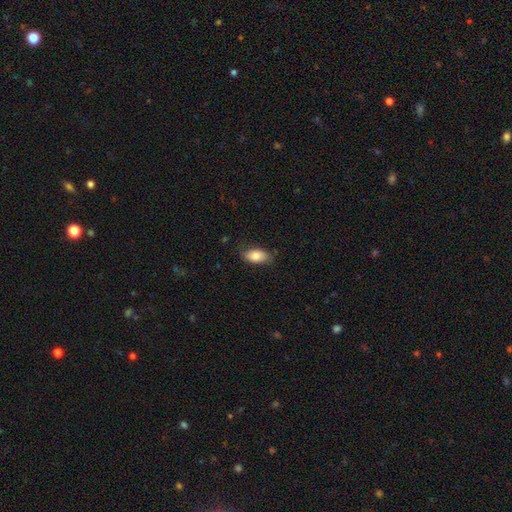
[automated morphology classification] A smooth galaxy with no disk features (80%) that is in between round and cigar-shaped (92%).

Vote fractions:
- Smooth or featured? smooth: 80% / featured or disk: 13% / star or artifact: 7%
- How rounded? in between: 92% / cigar-shaped: 4% / round: 4%
- Merging? none: 77% / minor disturbance: 19% / major disturbance: 4% / merger: 1%